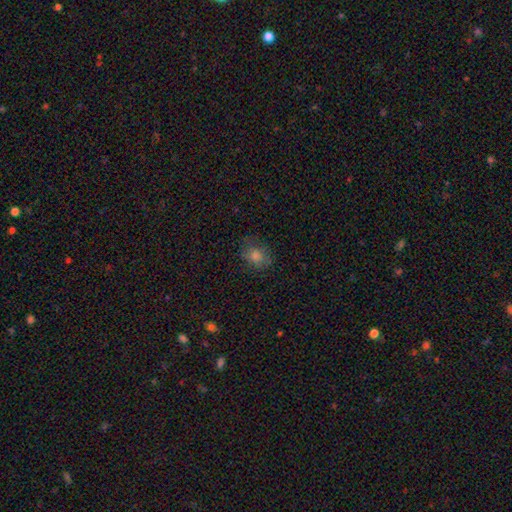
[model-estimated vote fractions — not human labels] Smooth or featured? smooth (71%)
How rounded? round (60%)
Merging? none (79%)